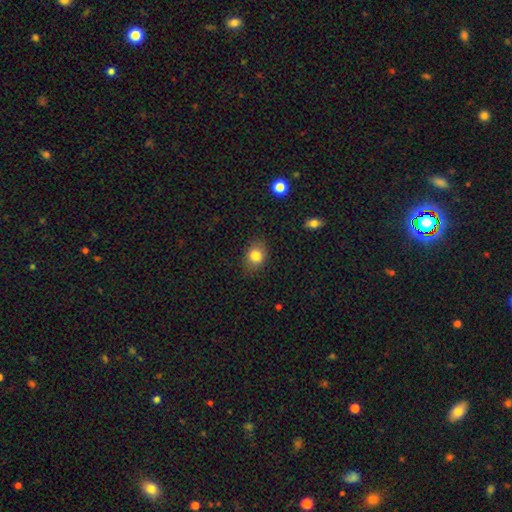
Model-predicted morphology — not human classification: Smooth or featured?
  - smooth: 82% *
  - star or artifact: 10%
  - featured or disk: 8%
How rounded?
  - in between: 56% *
  - round: 43%
  - cigar-shaped: 1%
Merging?
  - none: 80% *
  - minor disturbance: 15%
  - major disturbance: 4%
  - merger: 1%